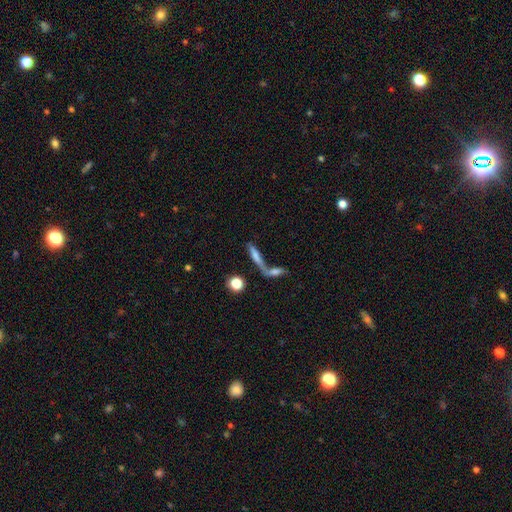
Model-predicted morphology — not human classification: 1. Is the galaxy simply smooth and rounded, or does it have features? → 58% smooth, 30% featured or disk, 12% star or artifact.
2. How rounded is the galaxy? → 71% cigar-shaped, 24% in between, 5% round.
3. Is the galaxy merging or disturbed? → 47% merger, 35% none, 10% minor disturbance, 8% major disturbance.